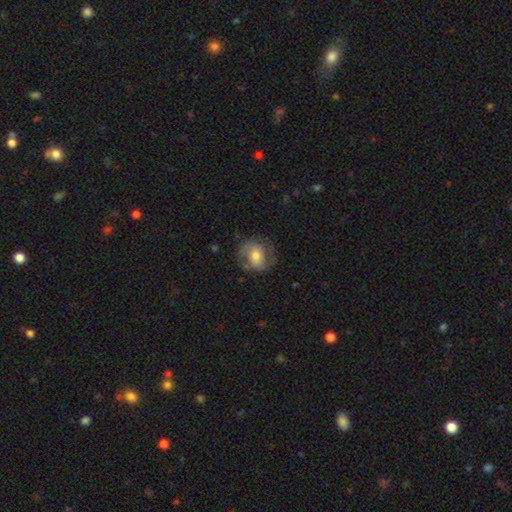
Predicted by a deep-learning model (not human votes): This is possibly a featured or disk galaxy (47%). Merging: likely none (66%).